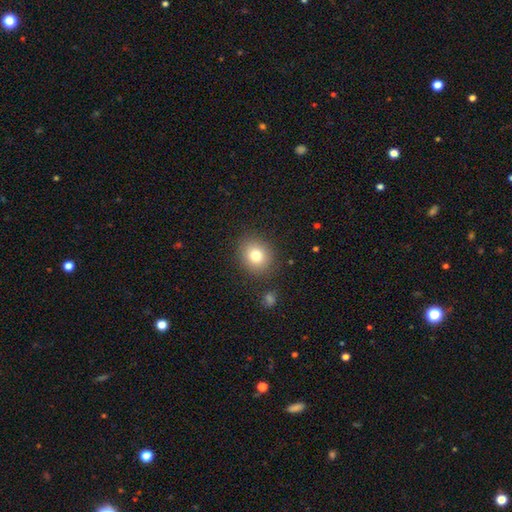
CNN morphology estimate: Q: Smooth or featured?
A: smooth (79%); runner-up: star or artifact (11%)
Q: How rounded?
A: round (73%); runner-up: in between (26%)
Q: Merging?
A: none (86%); runner-up: minor disturbance (9%)